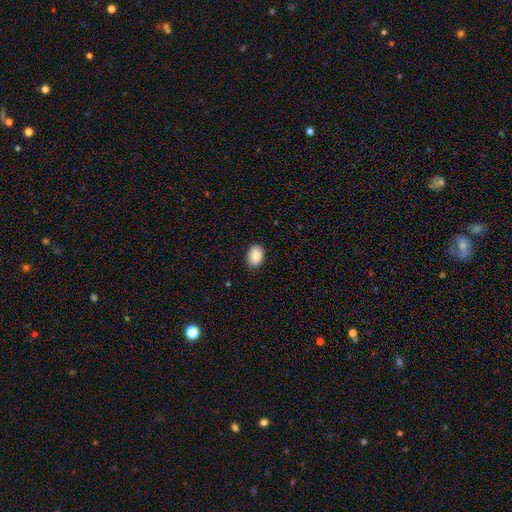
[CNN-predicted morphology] smooth-or-featured: smooth: 90% | star or artifact: 7% | featured or disk: 3%
  how-rounded: in between: 80% | round: 19% | cigar-shaped: 1%
  merging: none: 89% | minor disturbance: 9% | major disturbance: 2% | merger: 1%